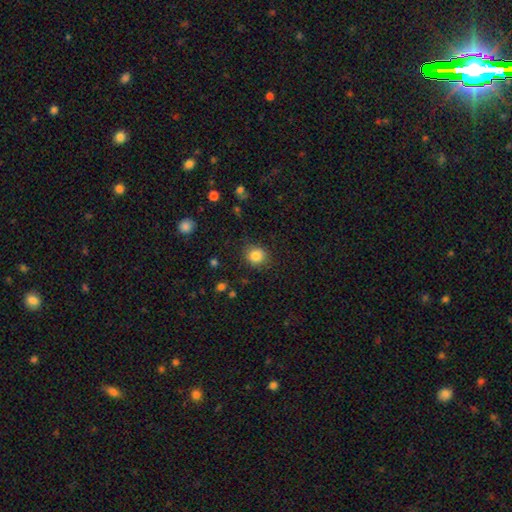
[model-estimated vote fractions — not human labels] Smooth or featured: smooth — 84% (star or artifact — 11%)
How rounded: round — 86% (in between — 14%)
Merging: none — 85% (minor disturbance — 11%)